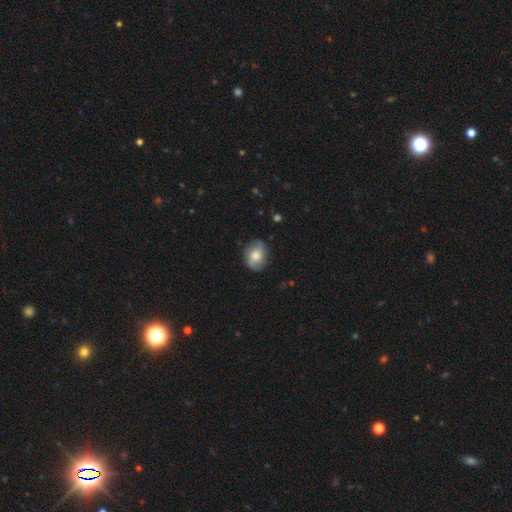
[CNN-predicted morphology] Smooth or featured: featured or disk — 55% (smooth — 38%)
Edge-on disk: no — 97% (yes — 3%)
Bar: no — 67% (weak — 28%)
Spiral arms: yes — 88% (no — 12%)
Bulge size: moderate — 54% (large — 22%)
Merging: none — 76% (minor disturbance — 18%)